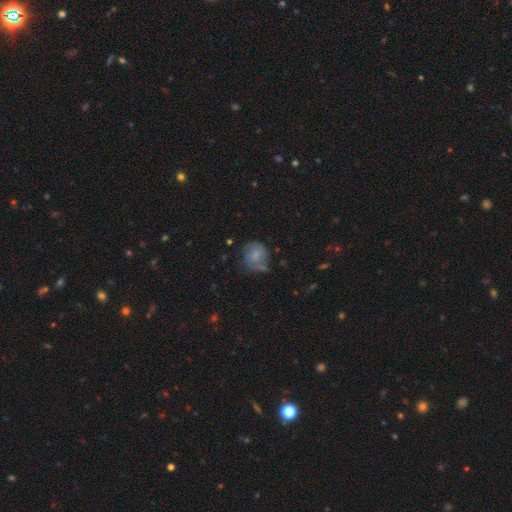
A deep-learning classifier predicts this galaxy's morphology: Smooth or featured? smooth (56%)
How rounded? round (69%)
Merging? none (52%)